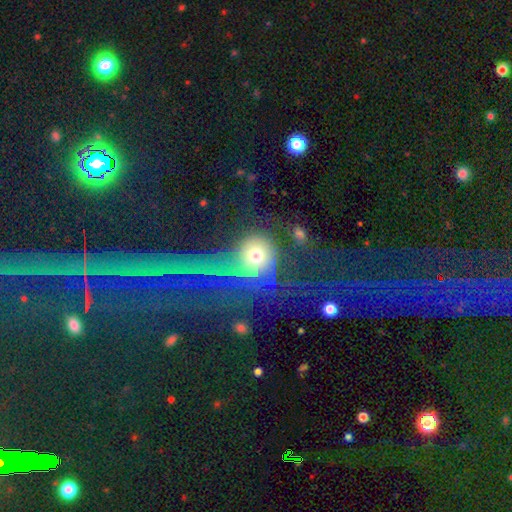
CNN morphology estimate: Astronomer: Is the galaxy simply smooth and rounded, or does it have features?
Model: smooth — 63%.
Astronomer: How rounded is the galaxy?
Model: round — 84%.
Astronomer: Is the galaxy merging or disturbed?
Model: none — 45% (runner-up: major disturbance, 30%).